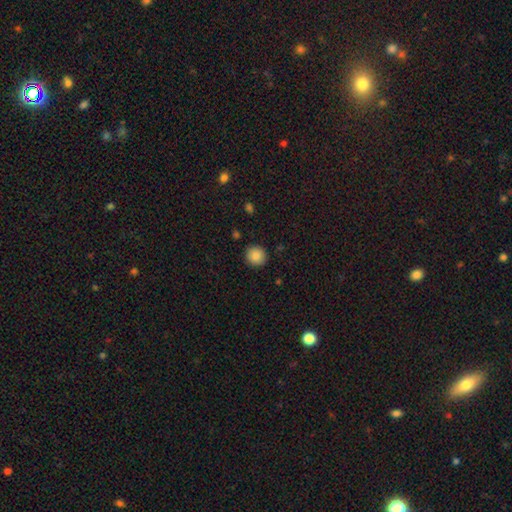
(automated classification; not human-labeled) Smooth or featured?
  - smooth: 87% *
  - star or artifact: 9%
  - featured or disk: 4%
How rounded?
  - round: 92% *
  - in between: 7%
  - cigar-shaped: 1%
Merging?
  - none: 91% *
  - minor disturbance: 6%
  - major disturbance: 2%
  - merger: 1%